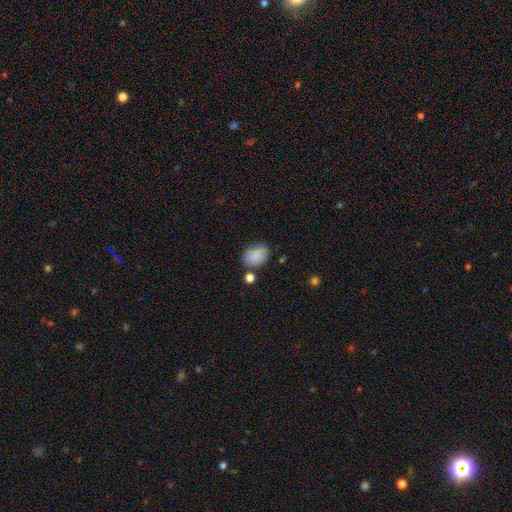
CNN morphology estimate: Smooth or featured?
  - smooth: 79% *
  - star or artifact: 12%
  - featured or disk: 9%
How rounded?
  - in between: 55% *
  - round: 44%
  - cigar-shaped: 1%
Merging?
  - none: 69% *
  - minor disturbance: 17%
  - merger: 9%
  - major disturbance: 5%